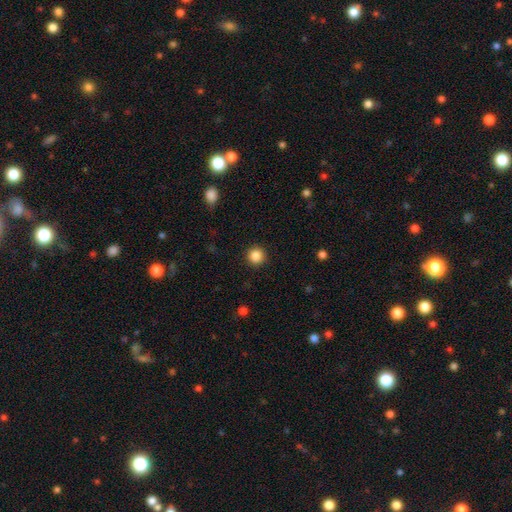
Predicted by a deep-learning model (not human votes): This appears to be a smooth galaxy with no disk features (86%) that is round (95%). Merging: none (92%).